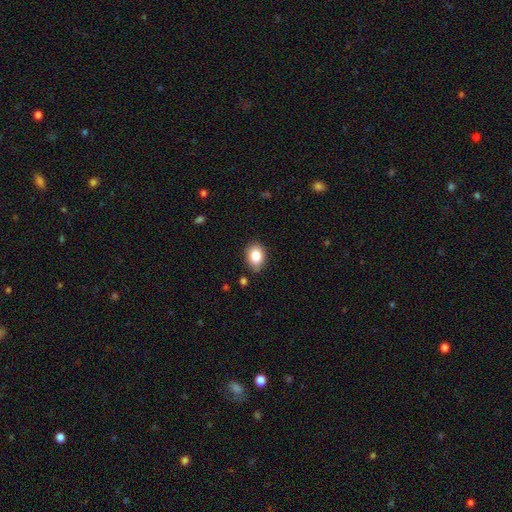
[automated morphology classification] The model was most divided on "how rounded": in between: 66%, round: 33%, cigar-shaped: 1%. More confident: smooth or featured — smooth (84%); merging — none (79%).